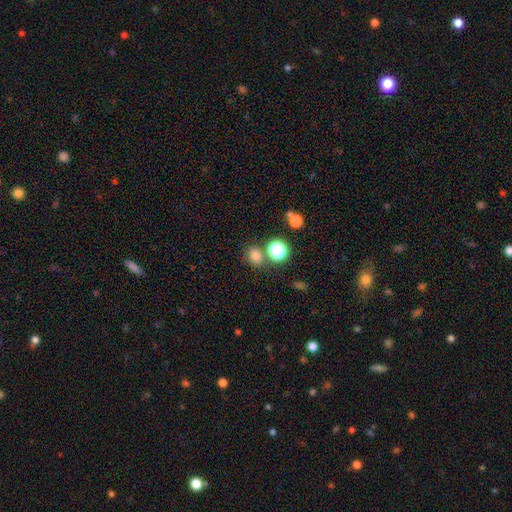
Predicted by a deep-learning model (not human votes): The model was most divided on "how rounded": round: 59%, in between: 40%, cigar-shaped: 1%. More confident: smooth or featured — smooth (76%); merging — none (71%).